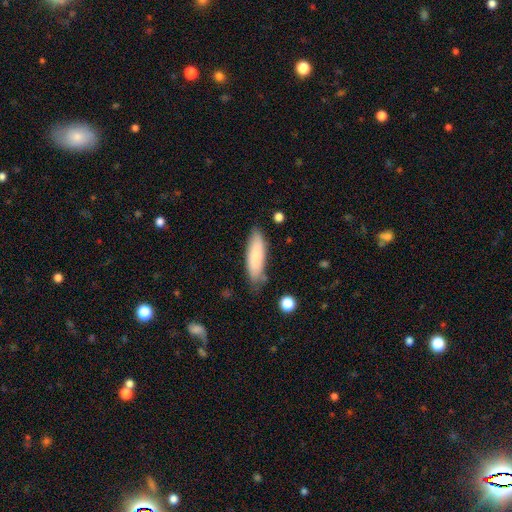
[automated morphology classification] Overall: smooth (82%). How rounded: cigar-shaped (56%; in between 43%). Merging: none (76%).